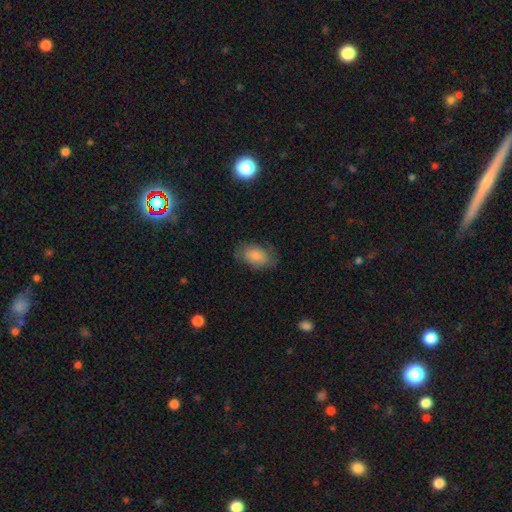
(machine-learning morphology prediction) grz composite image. It shows a smooth galaxy with no disk features (69%) that is in between round and cigar-shaped (89%). Merging: none (68%).